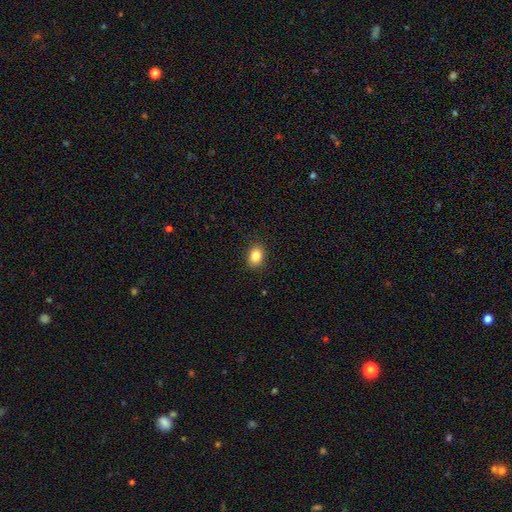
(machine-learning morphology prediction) Overall: smooth (85%). How rounded: in between (67%; round 32%). Merging: none (89%).